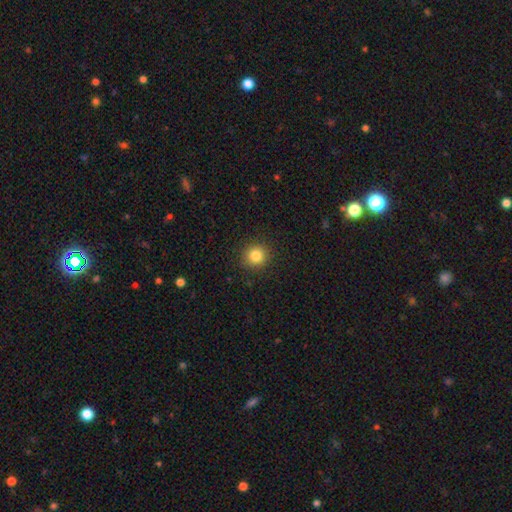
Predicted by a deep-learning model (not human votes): Smooth or featured: smooth — 83% (star or artifact — 11%)
How rounded: round — 92% (in between — 8%)
Merging: none — 91% (minor disturbance — 6%)